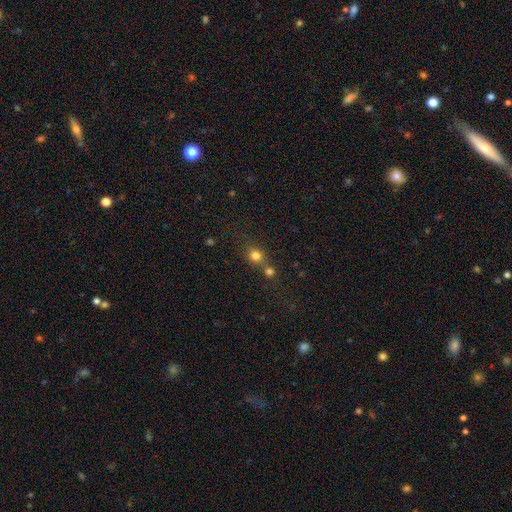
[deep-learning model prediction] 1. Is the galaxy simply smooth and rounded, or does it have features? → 77% smooth, 15% star or artifact, 8% featured or disk.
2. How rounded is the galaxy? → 84% round, 14% in between, 1% cigar-shaped.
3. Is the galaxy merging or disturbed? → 50% none, 38% merger, 8% minor disturbance, 4% major disturbance.